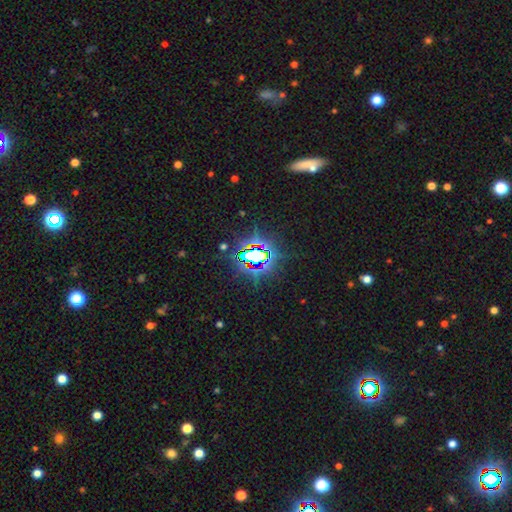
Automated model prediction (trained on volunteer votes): Q: Smooth or featured?
A: star or artifact (79%); runner-up: smooth (11%)